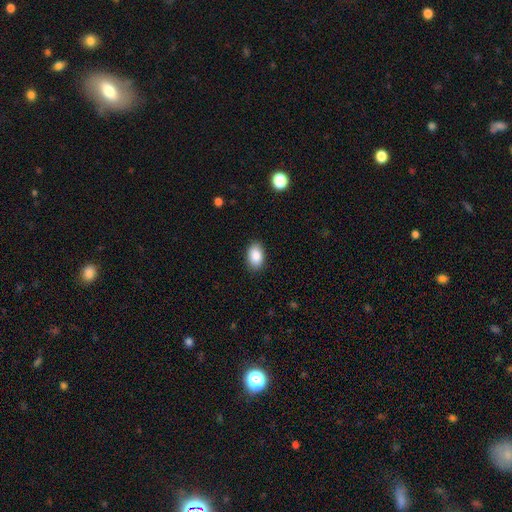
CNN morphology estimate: The model was most divided on "merging": none: 88%, minor disturbance: 8%, major disturbance: 2%, merger: 1%. More confident: how rounded — in between (90%); smooth or featured — smooth (89%).